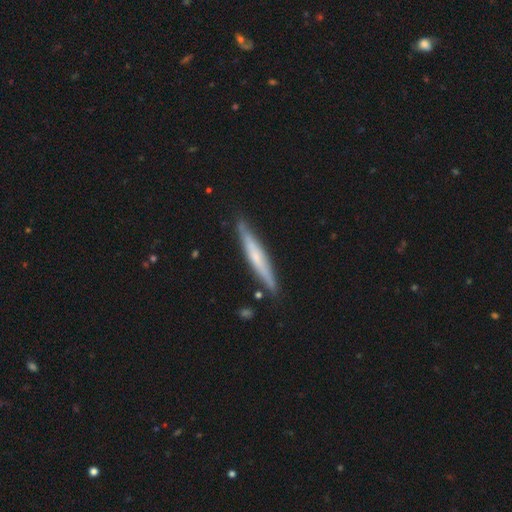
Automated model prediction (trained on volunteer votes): Smooth or featured: featured or disk — 52% (smooth — 42%)
Edge-on disk: yes — 94% (no — 6%)
Merging: none — 85% (minor disturbance — 11%)